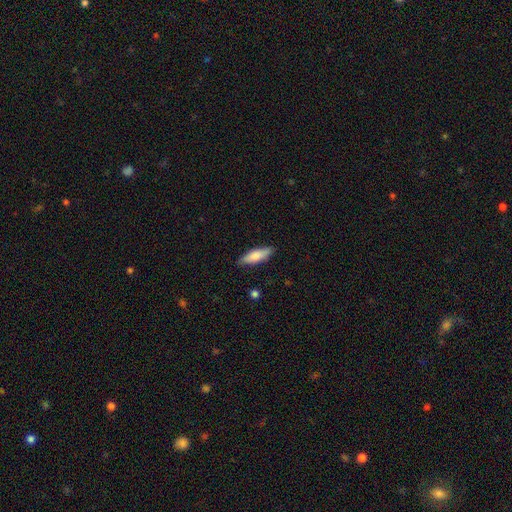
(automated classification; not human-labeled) Morphology: type=smooth (75%); roundness=in between (49%, tied with cigar-shaped); merging=none (84%).